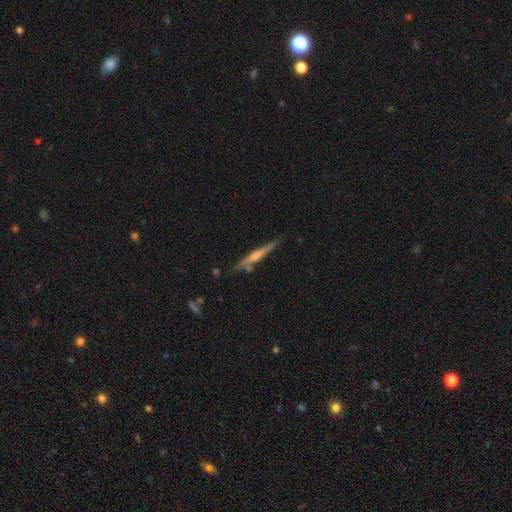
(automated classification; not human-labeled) This appears to be a featured or disk galaxy (70%) viewed edge-on (95%) with a rounded central bulge (72%). Merging: none (83%).